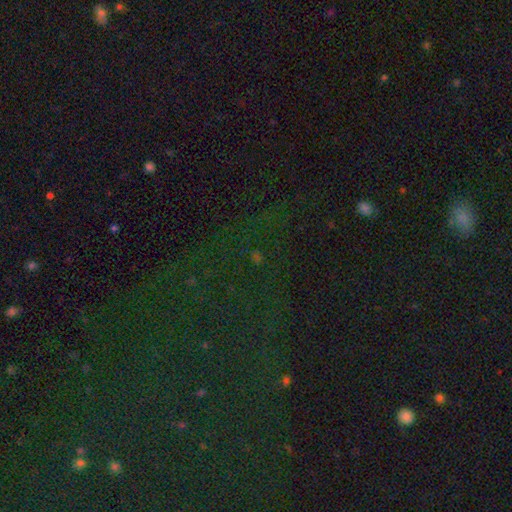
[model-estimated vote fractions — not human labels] A star or artifact, not a galaxy (78%).

Vote fractions:
- Smooth or featured? star or artifact: 78% / smooth: 13% / featured or disk: 9%